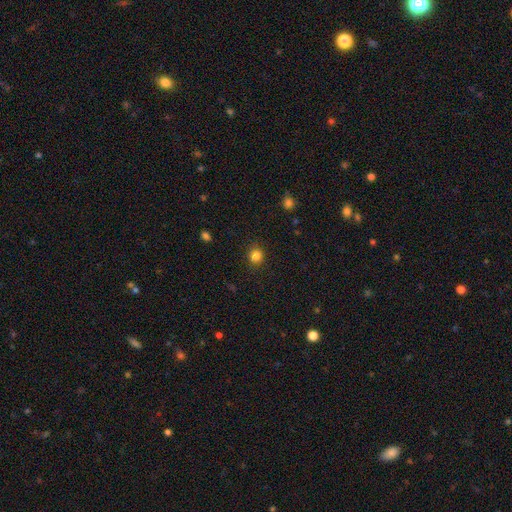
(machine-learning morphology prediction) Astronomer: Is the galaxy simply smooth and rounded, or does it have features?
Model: smooth — 84%.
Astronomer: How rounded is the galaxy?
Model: round — 85%.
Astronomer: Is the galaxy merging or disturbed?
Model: none — 88%.